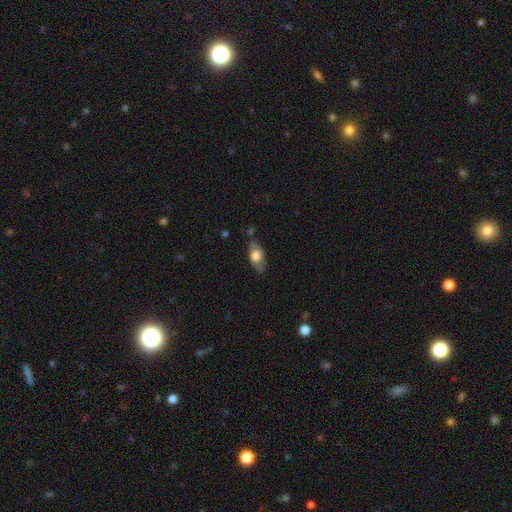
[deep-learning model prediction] This appears to be a smooth galaxy with no disk features (62%) that is in between round and cigar-shaped (84%). Merging: none (68%).